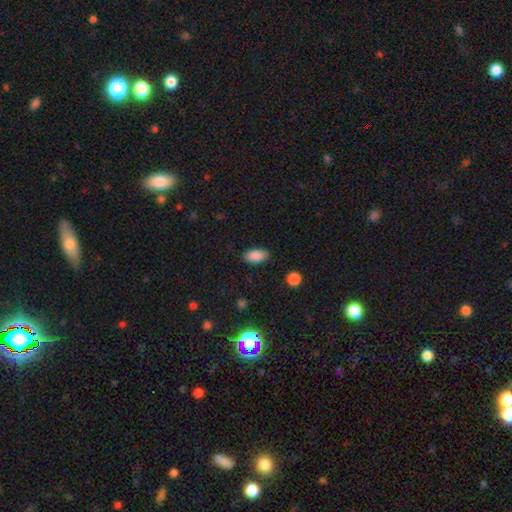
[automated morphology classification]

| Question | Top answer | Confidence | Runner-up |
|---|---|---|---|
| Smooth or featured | smooth | 88% | star or artifact (8%) |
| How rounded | in between | 93% | cigar-shaped (4%) |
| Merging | none | 86% | minor disturbance (10%) |